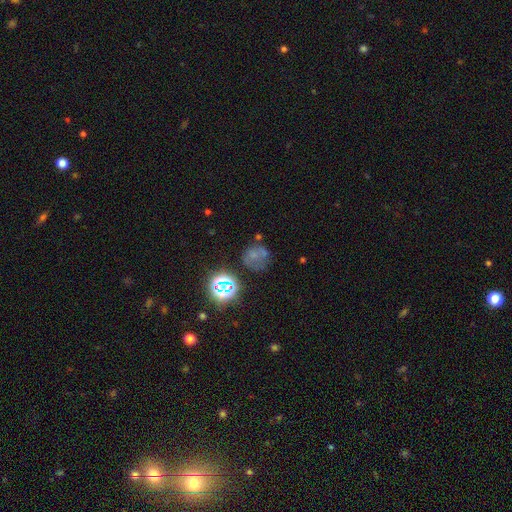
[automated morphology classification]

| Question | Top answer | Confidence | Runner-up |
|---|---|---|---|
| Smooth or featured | star or artifact | 44% | smooth (35%) |